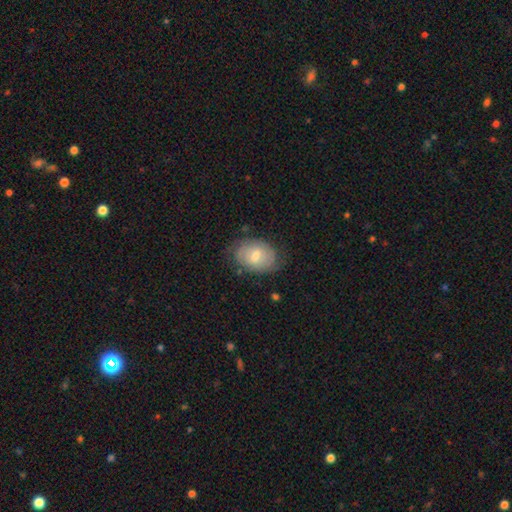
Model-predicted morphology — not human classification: This appears to be a smooth galaxy with no disk features (55%) that is in between round and cigar-shaped (74%). Merging: none (71%).